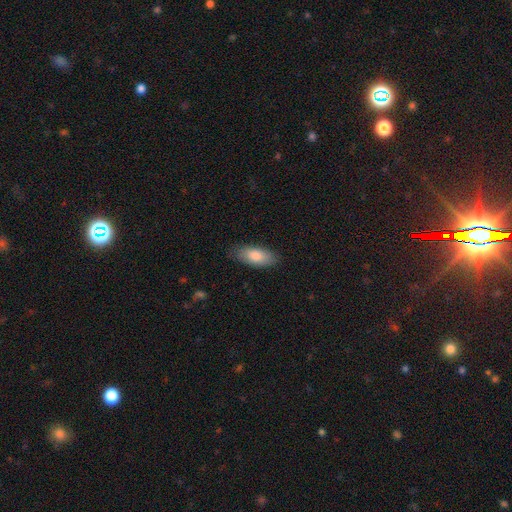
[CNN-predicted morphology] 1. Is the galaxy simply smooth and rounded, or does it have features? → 82% smooth, 12% featured or disk, 6% star or artifact.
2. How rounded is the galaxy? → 85% in between, 12% cigar-shaped, 2% round.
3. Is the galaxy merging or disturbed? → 83% none, 13% minor disturbance, 3% major disturbance, 1% merger.